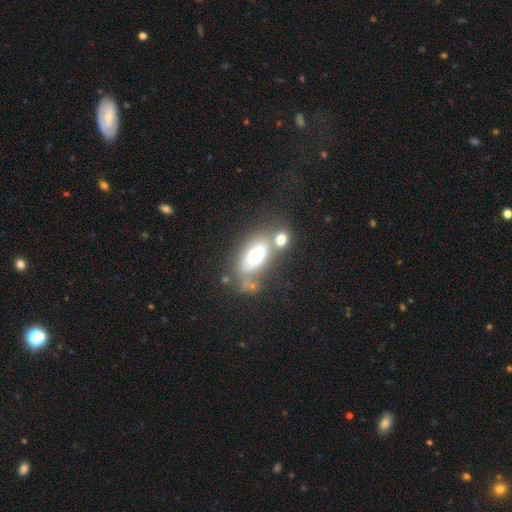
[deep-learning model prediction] Smooth or featured?
  - smooth: 59% *
  - featured or disk: 31%
  - star or artifact: 9%
How rounded?
  - in between: 83% *
  - round: 10%
  - cigar-shaped: 7%
Merging?
  - none: 43% *
  - merger: 33%
  - minor disturbance: 15%
  - major disturbance: 9%